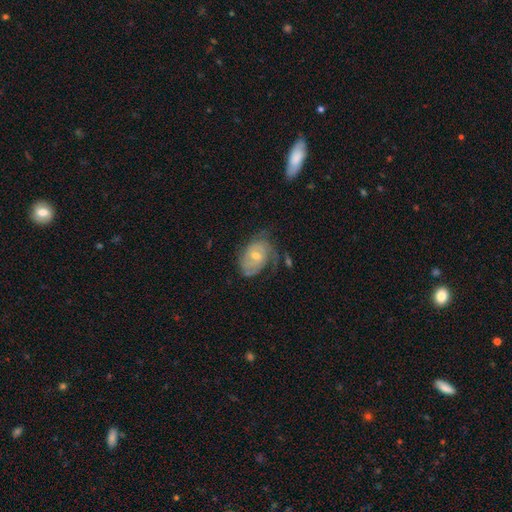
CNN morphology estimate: This is likely a featured or disk galaxy (77%). It is clearly not viewed edge-on (97%). Bar: possibly no (60%). Spiral arm pattern: clearly yes (90%). Spiral arm count: marginally can't tell (34%, tied with 2). Spiral winding: possibly tight (60%). Central bulge: possibly moderate (54%). Merging: possibly none (55%).